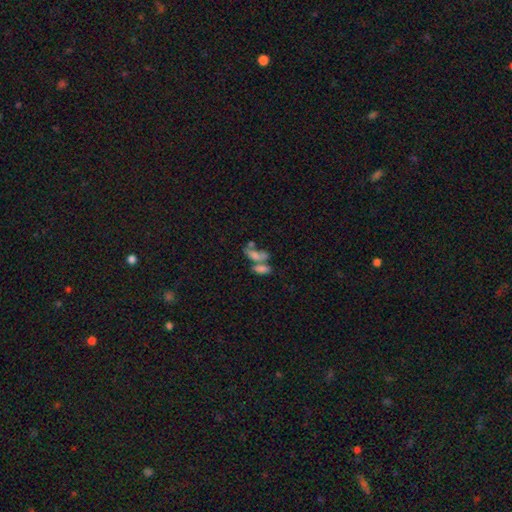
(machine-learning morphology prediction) smooth 54%, featured or disk 29%, star or artifact 17%. Down the decision tree: how rounded — in between (75%); merging — merger (56%).